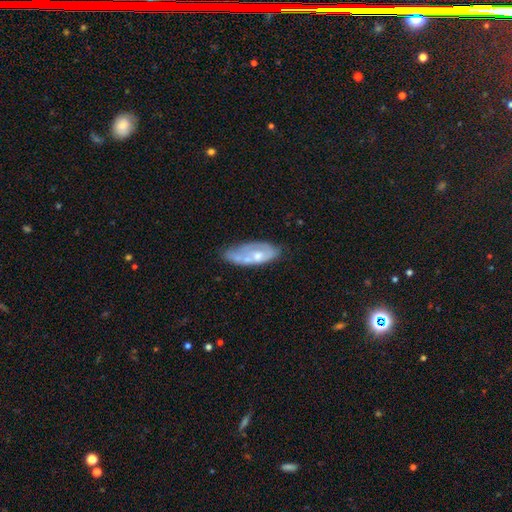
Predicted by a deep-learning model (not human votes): Overall: featured or disk (51%; smooth 42%). Edge-on disk: no (88%). Merging: none (40%; minor disturbance 31%).